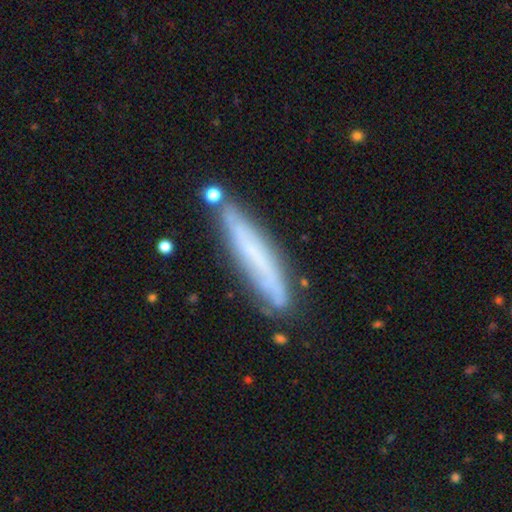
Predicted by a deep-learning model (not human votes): Overall: featured or disk (48%; smooth 44%). Merging: none (75%).